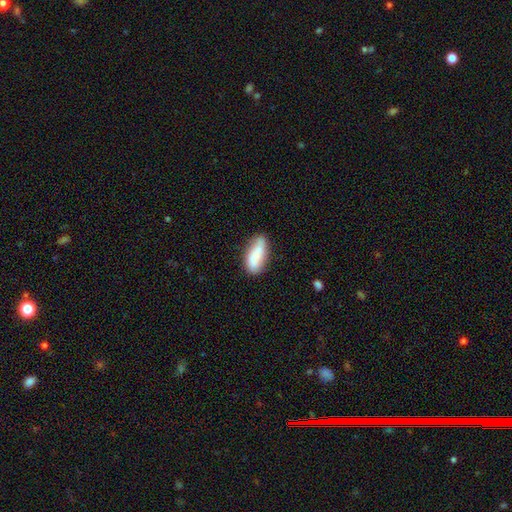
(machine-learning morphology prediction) smooth-or-featured: smooth: 77% | featured or disk: 16% | star or artifact: 7%
  how-rounded: in between: 78% | cigar-shaped: 19% | round: 2%
  merging: none: 60% | minor disturbance: 27% | major disturbance: 7% | merger: 6%